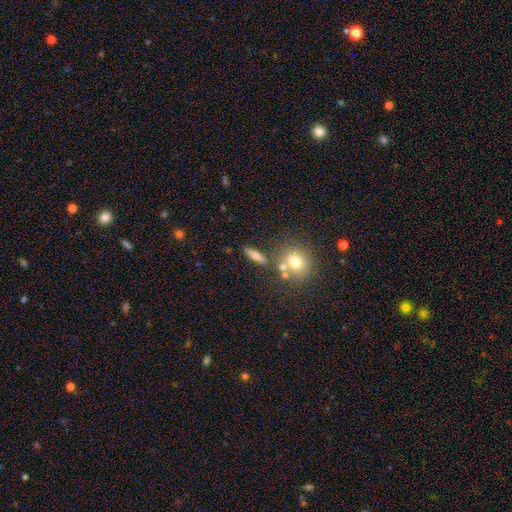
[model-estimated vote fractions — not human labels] Q: Smooth or featured?
A: smooth (68%); runner-up: featured or disk (21%)
Q: How rounded?
A: cigar-shaped (61%); runner-up: in between (27%)
Q: Merging?
A: none (75%); runner-up: minor disturbance (10%)